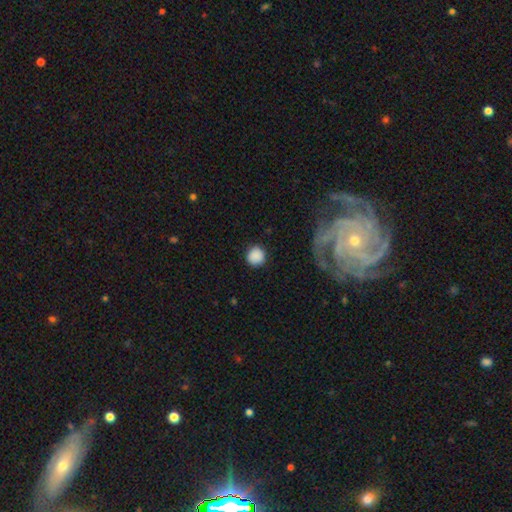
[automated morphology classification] This is clearly a smooth galaxy (88%). How rounded: clearly round (92%). Merging: clearly none (87%).